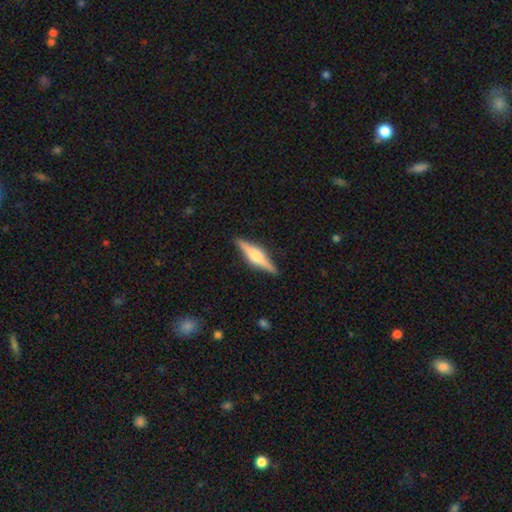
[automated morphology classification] A featured or disk galaxy (71%) viewed edge-on (97%) with a rounded central bulge (84%). Merging: none (90%).